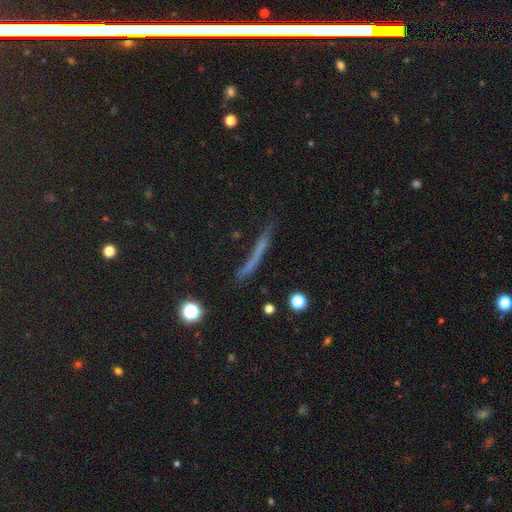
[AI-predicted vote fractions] This is possibly a smooth galaxy (48%). Merging: likely none (66%).